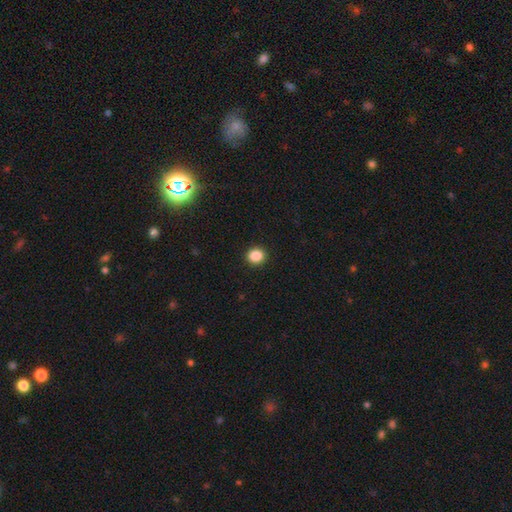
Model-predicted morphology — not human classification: A smooth galaxy with no disk features (87%) that is round (84%).

Vote fractions:
- Smooth or featured? smooth: 87% / star or artifact: 10% / featured or disk: 3%
- How rounded? round: 84% / in between: 15% / cigar-shaped: 1%
- Merging? none: 92% / minor disturbance: 5% / major disturbance: 2% / merger: 1%